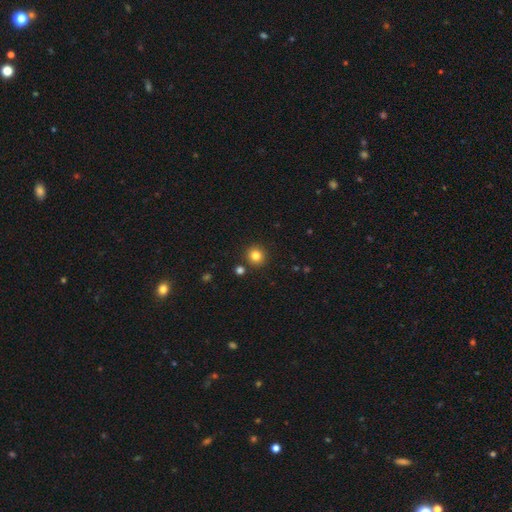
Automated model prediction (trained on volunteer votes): The model was most divided on "smooth or featured": smooth: 82%, star or artifact: 12%, featured or disk: 6%. More confident: how rounded — round (93%); merging — none (88%).